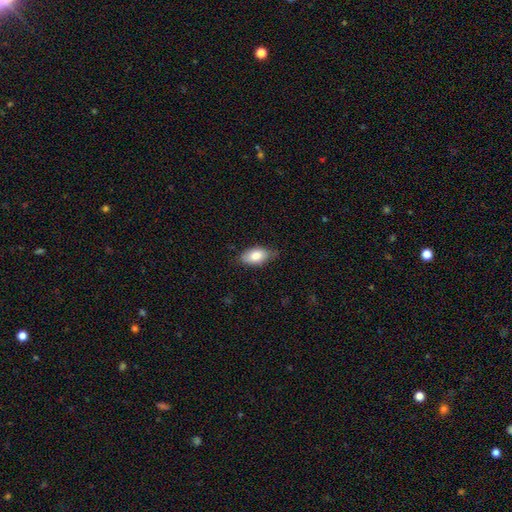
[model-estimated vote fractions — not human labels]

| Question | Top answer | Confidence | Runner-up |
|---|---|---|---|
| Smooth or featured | smooth | 81% | featured or disk (12%) |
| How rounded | in between | 91% | round (5%) |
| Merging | none | 72% | minor disturbance (23%) |